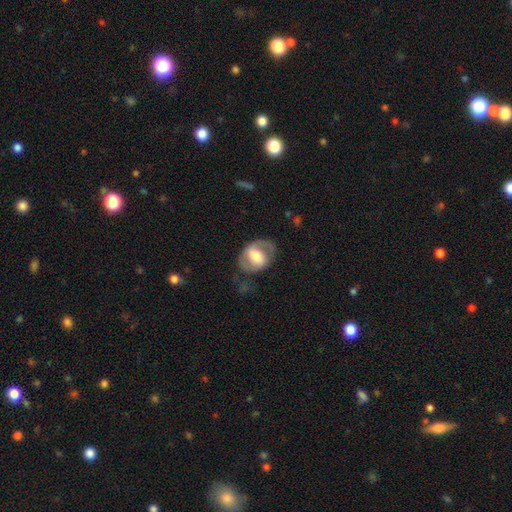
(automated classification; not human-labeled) Smooth or featured? featured or disk (58%)
Edge-on disk? no (95%)
Bar? weak (39%)
Spiral arms? yes (67%)
Bulge size? moderate (43%)
Merging? none (58%)